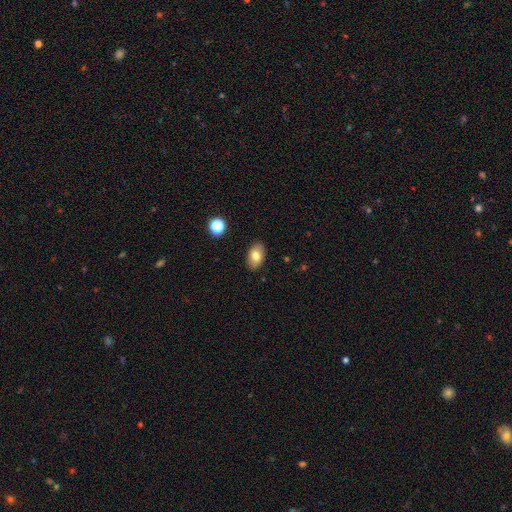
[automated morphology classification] This is likely a smooth galaxy (78%). How rounded: clearly in between (90%). Merging: clearly none (88%).